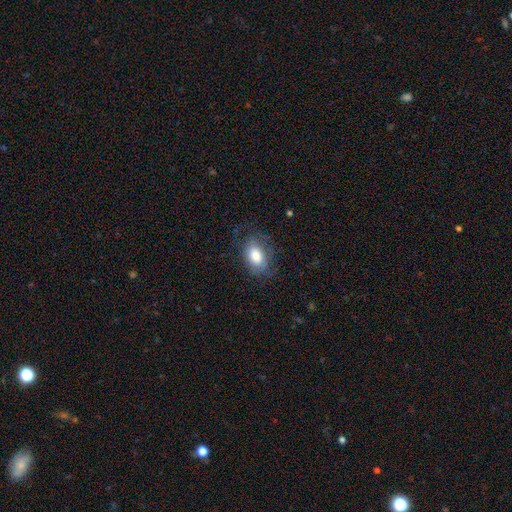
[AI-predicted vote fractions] Q: Smooth or featured?
A: smooth (75%); runner-up: featured or disk (17%)
Q: How rounded?
A: in between (87%); runner-up: round (12%)
Q: Merging?
A: none (65%); runner-up: minor disturbance (22%)